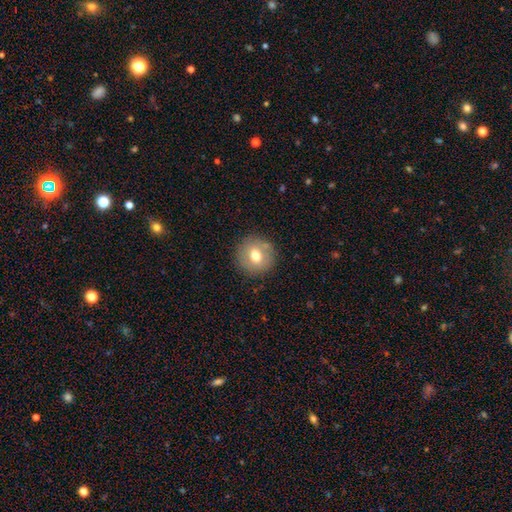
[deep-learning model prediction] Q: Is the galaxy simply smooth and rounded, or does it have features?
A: smooth — 68%.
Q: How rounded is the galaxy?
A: round — 92%.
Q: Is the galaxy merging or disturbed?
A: none — 86%.